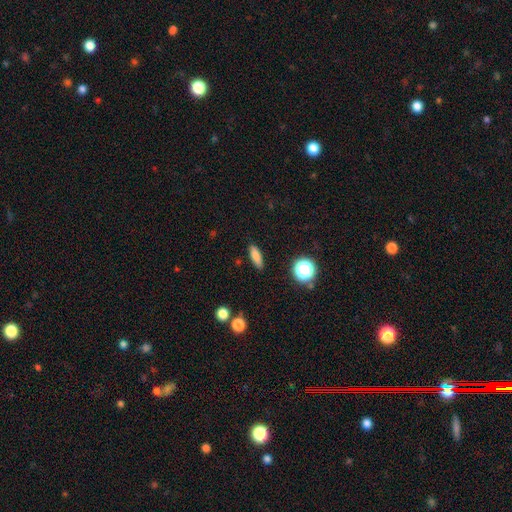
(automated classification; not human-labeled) Overall: smooth (79%). How rounded: cigar-shaped (48%; in between 46%). Merging: none (88%).